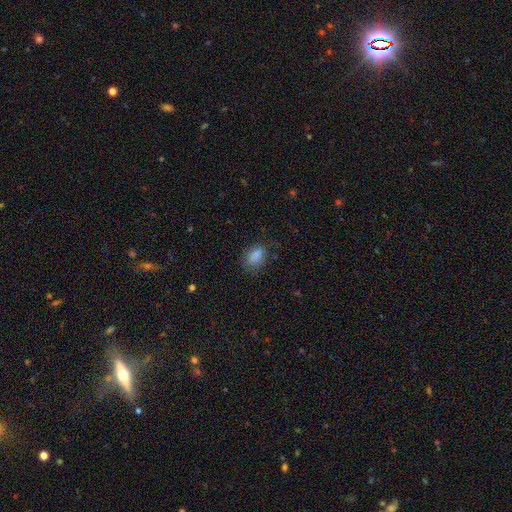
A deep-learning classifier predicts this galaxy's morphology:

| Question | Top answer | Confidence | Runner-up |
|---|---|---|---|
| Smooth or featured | smooth | 85% | star or artifact (10%) |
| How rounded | in between | 82% | round (16%) |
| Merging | none | 71% | minor disturbance (20%) |